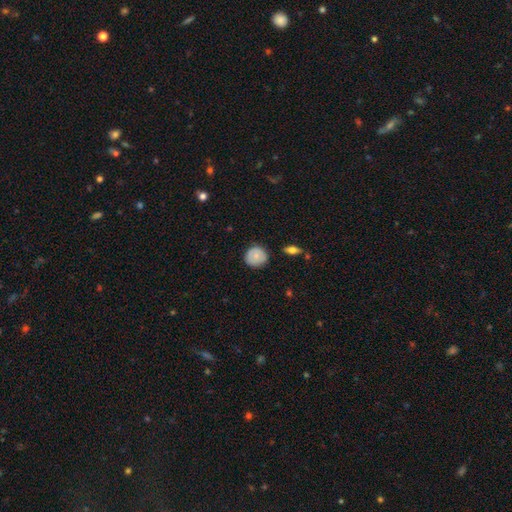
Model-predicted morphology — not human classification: smooth_or_featured: smooth (p=0.71) [alt: featured or disk p=0.23]
how_rounded: round (p=0.88) [alt: in between p=0.11]
merging: none (p=0.79) [alt: minor disturbance p=0.16]